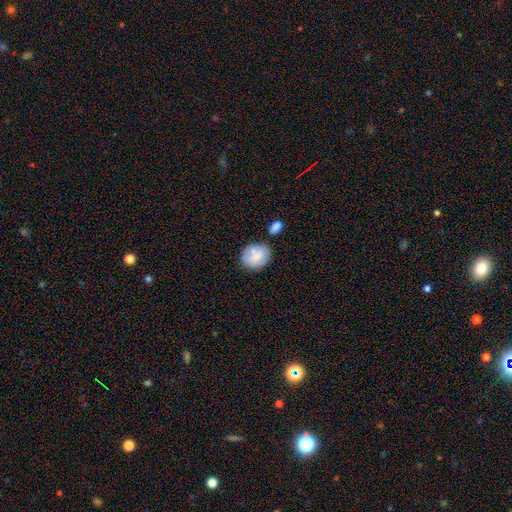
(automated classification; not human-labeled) The model was most divided on "how rounded": round: 56%, in between: 43%, cigar-shaped: 1%. More confident: smooth or featured — smooth (76%); merging — none (61%).